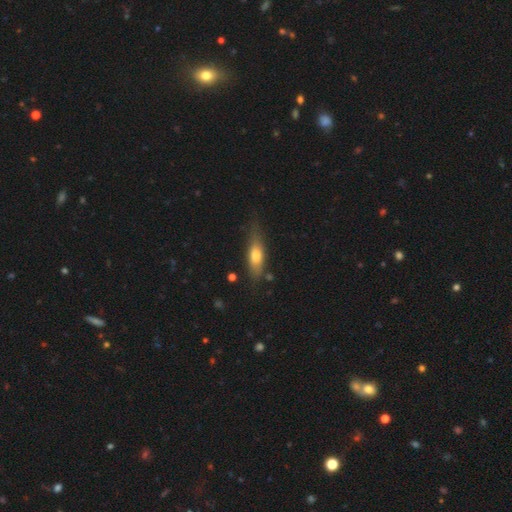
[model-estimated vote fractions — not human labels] smooth 65%, featured or disk 28%, star or artifact 7%. Down the decision tree: how rounded — in between (52%); merging — none (68%).